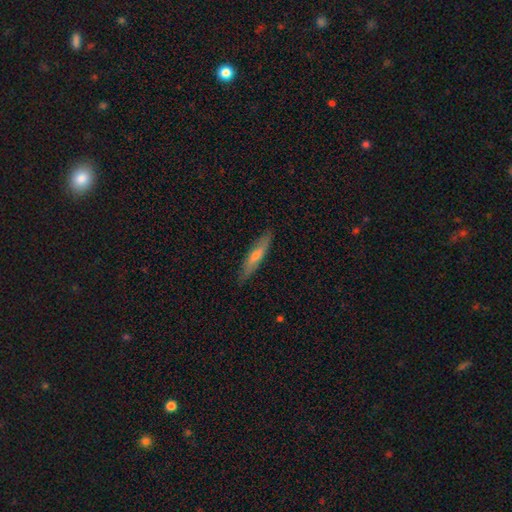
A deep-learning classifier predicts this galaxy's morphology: Smooth or featured: smooth — 54% (featured or disk — 40%)
How rounded: cigar-shaped — 86% (in between — 12%)
Merging: none — 87% (minor disturbance — 10%)